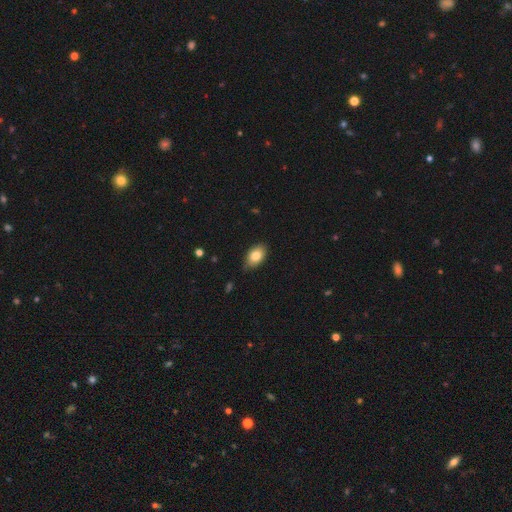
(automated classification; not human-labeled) This is clearly a smooth galaxy (82%). How rounded: clearly in between (88%). Merging: likely none (78%).